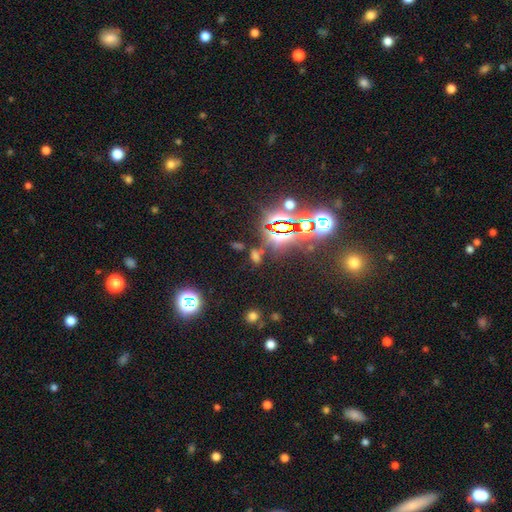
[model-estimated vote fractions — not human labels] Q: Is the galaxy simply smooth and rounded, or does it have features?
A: star or artifact — 52%.